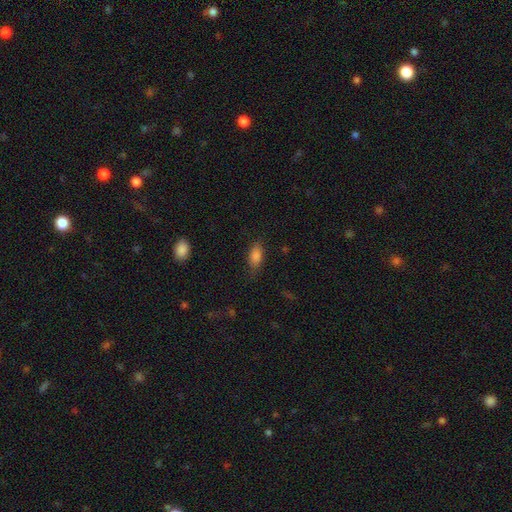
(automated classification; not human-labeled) Smooth or featured? smooth (82%)
How rounded? in between (85%)
Merging? none (72%)